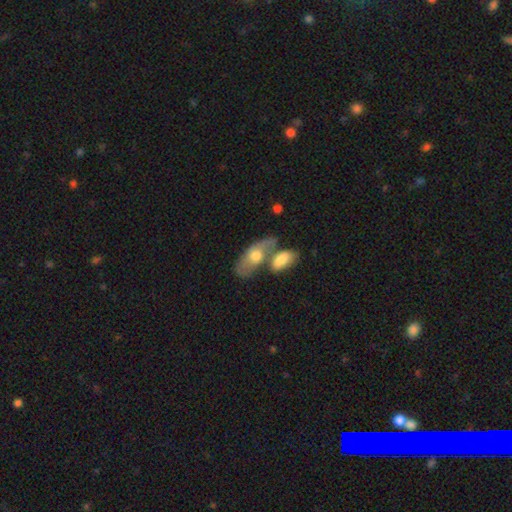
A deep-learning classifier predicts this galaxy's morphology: The model was most divided on "merging": merger: 48%, none: 31%, minor disturbance: 14%, major disturbance: 8%. More confident: how rounded — in between (86%); smooth or featured — smooth (59%).